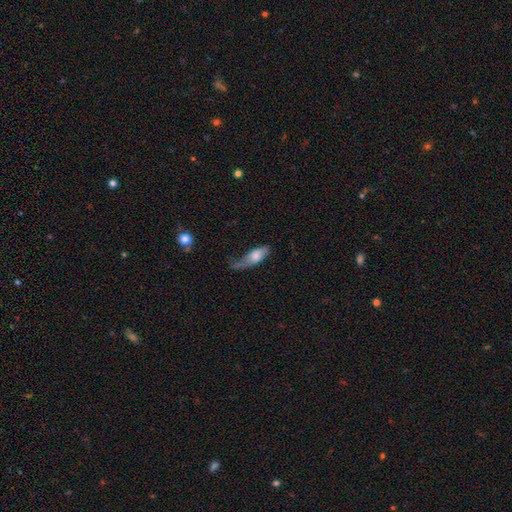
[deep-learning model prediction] The model was most divided on "merging": major disturbance: 35%, minor disturbance: 33%, none: 27%, merger: 5%. More confident: how rounded — in between (73%); smooth or featured — smooth (64%).